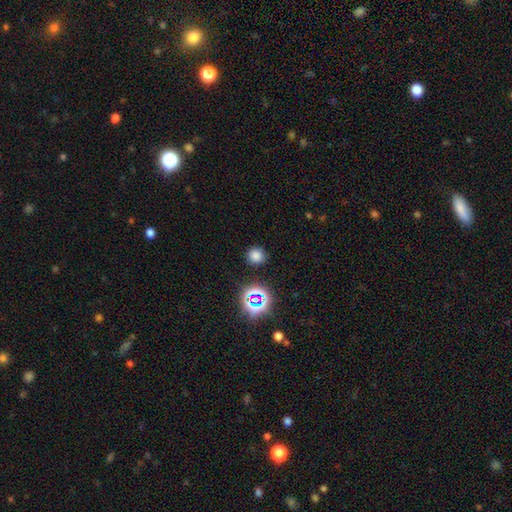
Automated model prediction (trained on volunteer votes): A smooth galaxy with no disk features (73%) that is round (90%). Merging: none (88%).